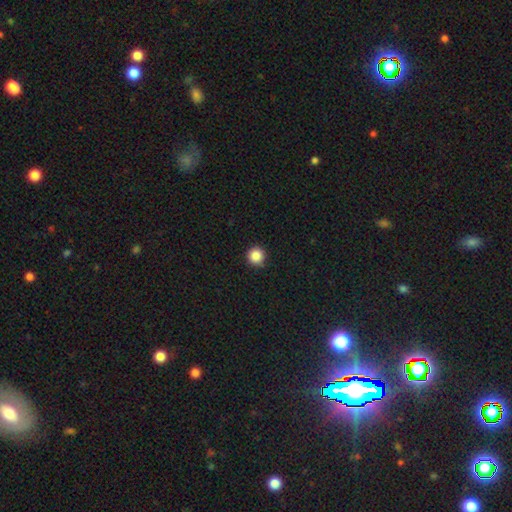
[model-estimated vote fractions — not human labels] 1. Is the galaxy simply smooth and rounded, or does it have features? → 86% smooth, 11% star or artifact, 3% featured or disk.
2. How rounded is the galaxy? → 96% round, 3% in between, 1% cigar-shaped.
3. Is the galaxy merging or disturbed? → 90% none, 7% minor disturbance, 2% major disturbance, 1% merger.